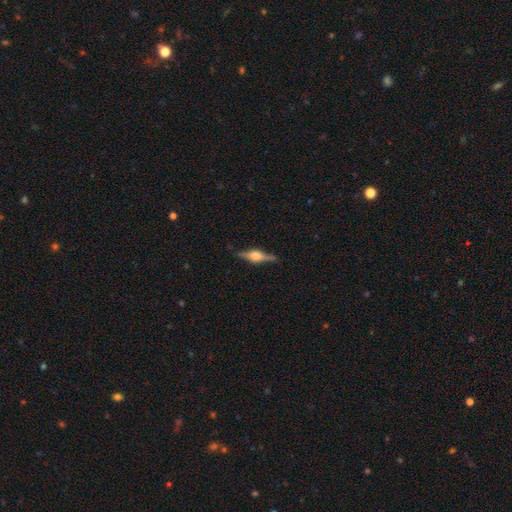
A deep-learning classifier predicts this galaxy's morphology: smooth-or-featured: featured or disk: 79% | smooth: 15% | star or artifact: 6%
  disk-edge-on: yes: 98% | no: 2%
    edge-on-bulge: rounded: 89% | boxy: 10% | none: 2%
  merging: none: 87% | minor disturbance: 10% | major disturbance: 2% | merger: 1%